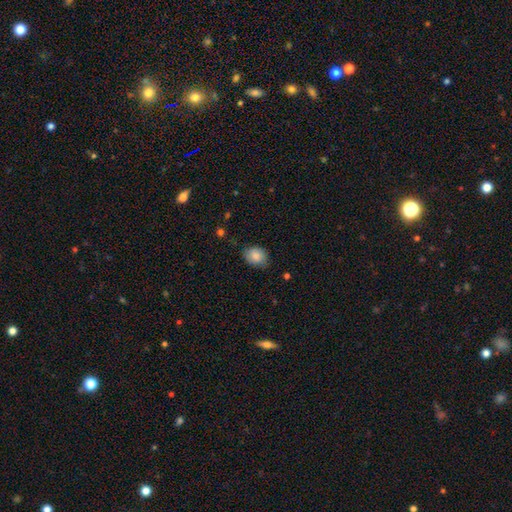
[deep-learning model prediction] Overall: smooth (85%). How rounded: in between (55%; round 44%). Merging: none (78%).